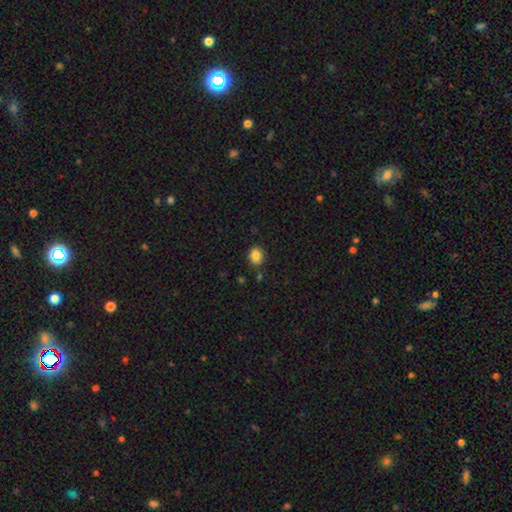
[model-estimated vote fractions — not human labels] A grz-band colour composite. It shows a smooth galaxy with no disk features (86%) that is in between round and cigar-shaped (50%). Merging: none (81%).